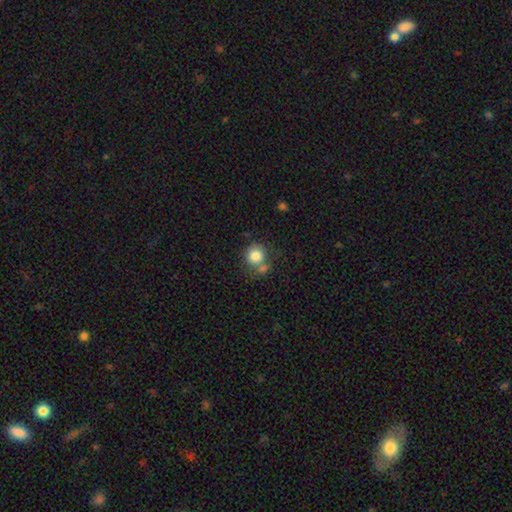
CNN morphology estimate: Smooth or featured? Predicted: smooth (p=0.82). How rounded? Predicted: round (p=0.85). Merging? Predicted: none (p=0.56).